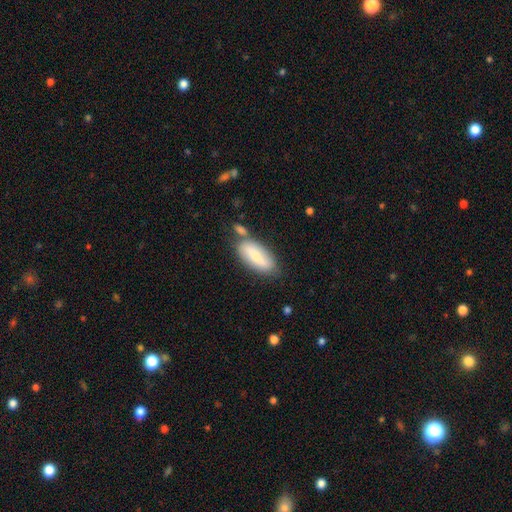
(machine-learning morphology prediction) smooth_or_featured: smooth (p=0.64) [alt: featured or disk p=0.30]
how_rounded: in between (p=0.76) [alt: cigar-shaped p=0.21]
merging: none (p=0.66) [alt: minor disturbance p=0.17]